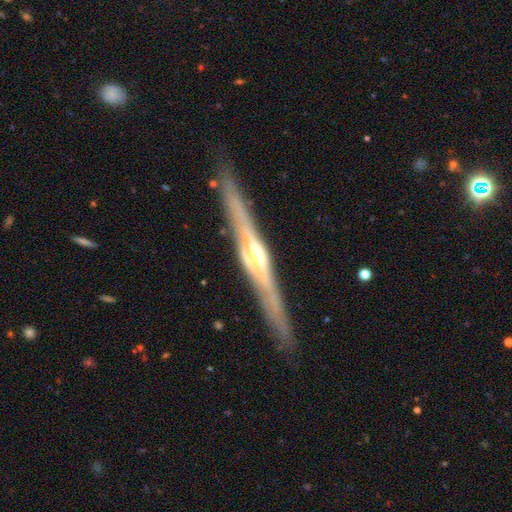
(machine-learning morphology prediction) Q: Smooth or featured?
A: featured or disk (84%); runner-up: smooth (11%)
Q: Edge-on disk?
A: yes (97%); runner-up: no (3%)
Q: Edge-on bulge?
A: rounded (80%); runner-up: boxy (12%)
Q: Merging?
A: none (86%); runner-up: minor disturbance (10%)